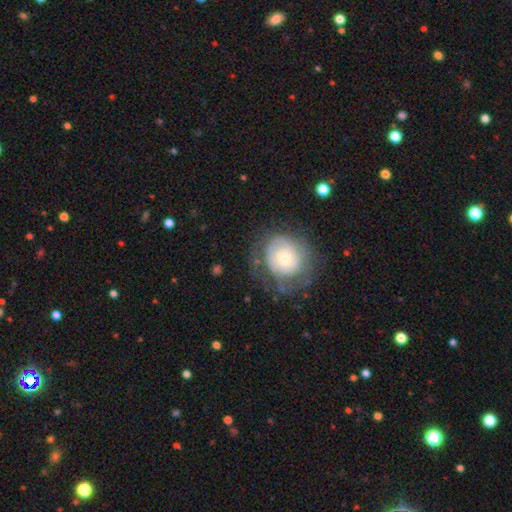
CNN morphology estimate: Smooth or featured: featured or disk — 40% (smooth — 33%)
Merging: none — 83% (minor disturbance — 10%)